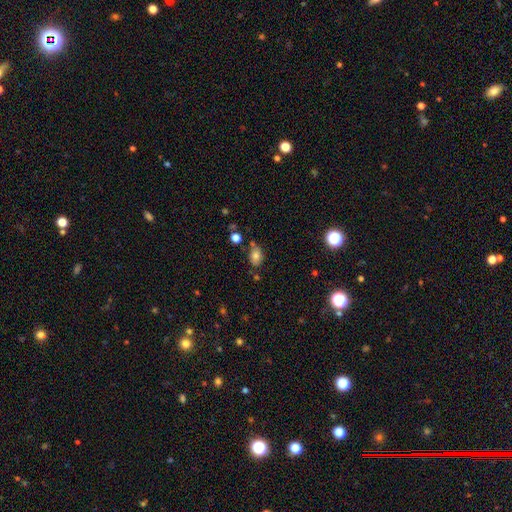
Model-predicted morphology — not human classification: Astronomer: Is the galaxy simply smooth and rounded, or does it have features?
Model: smooth — 74%.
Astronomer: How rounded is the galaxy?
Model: in between — 73%.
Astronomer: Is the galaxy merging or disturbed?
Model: none — 66%.